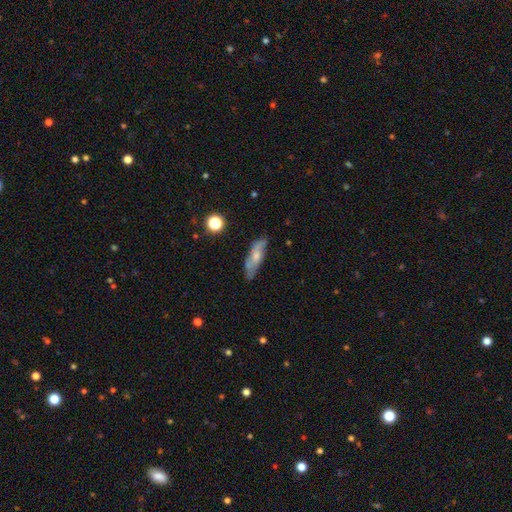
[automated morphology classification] The model was most divided on "how rounded": in between: 53%, cigar-shaped: 44%, round: 3%. More confident: merging — none (66%); smooth or featured — smooth (52%).